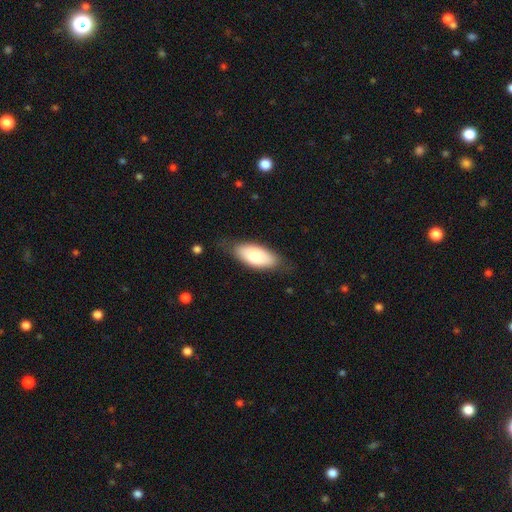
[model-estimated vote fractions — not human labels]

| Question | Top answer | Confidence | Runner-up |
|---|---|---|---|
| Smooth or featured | smooth | 80% | featured or disk (14%) |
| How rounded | in between | 88% | cigar-shaped (10%) |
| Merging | none | 73% | minor disturbance (20%) |